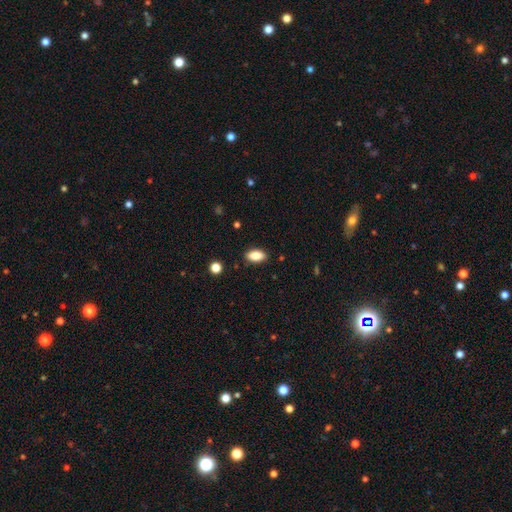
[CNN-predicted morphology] Overall: smooth (86%). How rounded: in between (91%). Merging: none (88%).